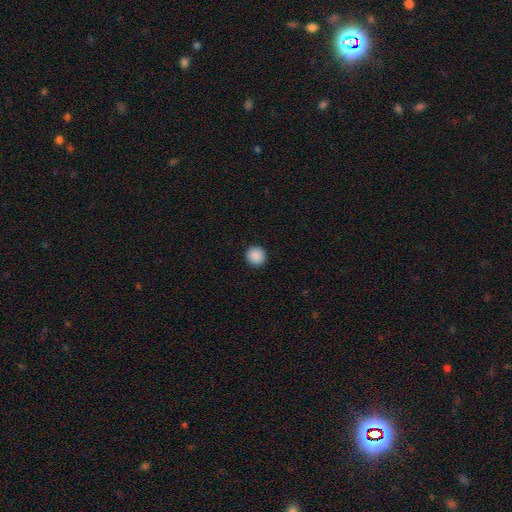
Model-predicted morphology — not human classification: smooth_or_featured: smooth (p=0.90) [alt: star or artifact p=0.08]
how_rounded: round (p=0.95) [alt: in between p=0.04]
merging: none (p=0.93) [alt: minor disturbance p=0.04]